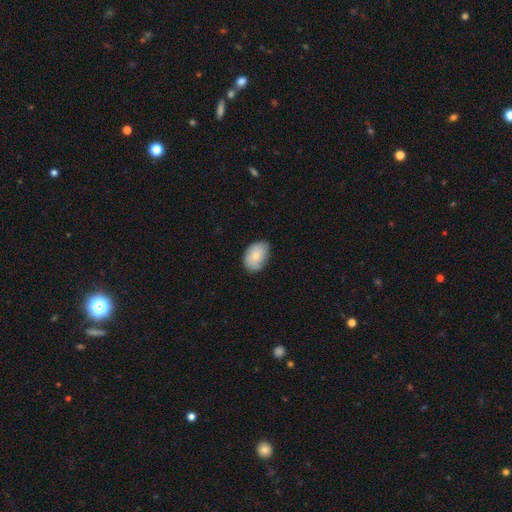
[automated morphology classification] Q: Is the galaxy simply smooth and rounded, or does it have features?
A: smooth — 80%.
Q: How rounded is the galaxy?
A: in between — 85%.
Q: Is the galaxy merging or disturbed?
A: none — 69%.